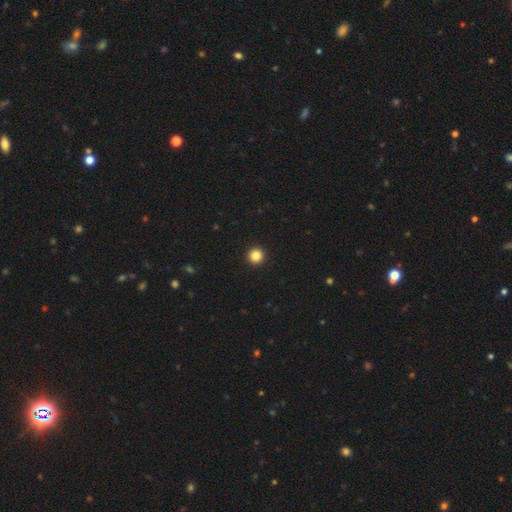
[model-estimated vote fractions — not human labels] This is clearly a smooth galaxy (85%). How rounded: clearly round (96%). Merging: clearly none (95%).